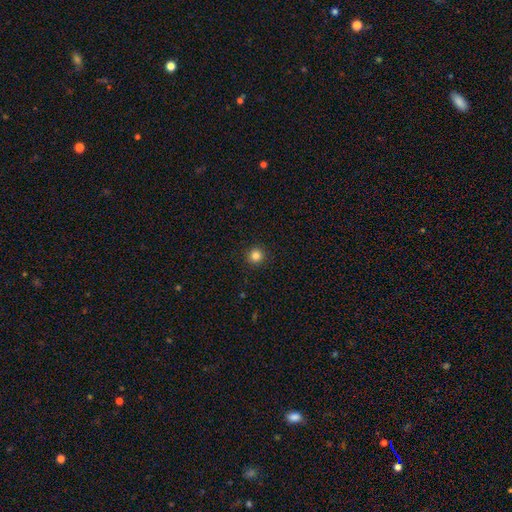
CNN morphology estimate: smooth 83%, star or artifact 13%, featured or disk 4%. Down the decision tree: how rounded — round (95%); merging — none (93%).